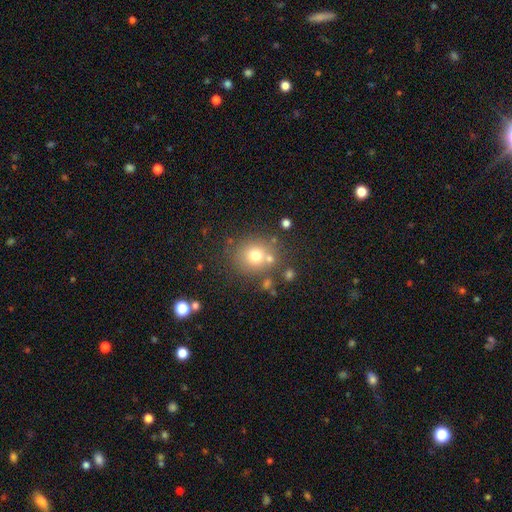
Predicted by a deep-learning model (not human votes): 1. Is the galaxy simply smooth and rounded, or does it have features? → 72% smooth, 15% star or artifact, 14% featured or disk.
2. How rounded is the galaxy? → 84% round, 15% in between, 1% cigar-shaped.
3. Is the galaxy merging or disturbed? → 70% none, 13% merger, 12% minor disturbance, 5% major disturbance.